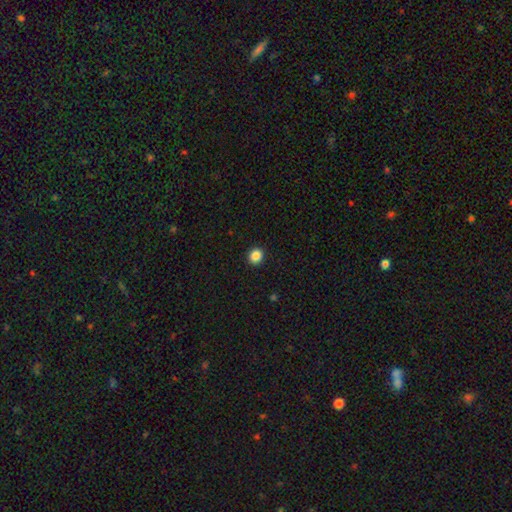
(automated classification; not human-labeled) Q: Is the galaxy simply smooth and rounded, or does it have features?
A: smooth — 87%.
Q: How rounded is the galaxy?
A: round — 82%.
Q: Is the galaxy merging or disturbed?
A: none — 93%.